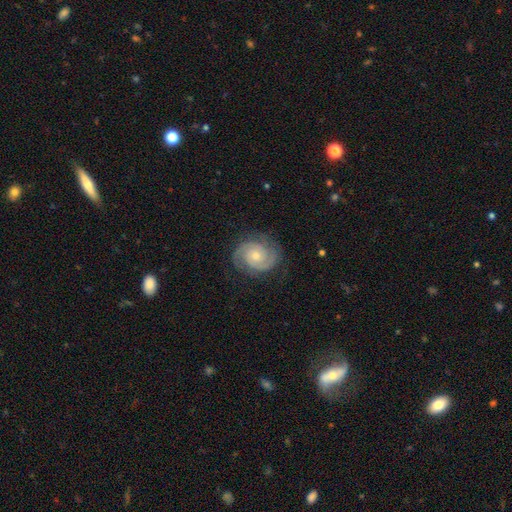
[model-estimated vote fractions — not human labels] smooth-or-featured: featured or disk: 88% | smooth: 7% | star or artifact: 5%
  disk-edge-on: no: 98% | yes: 2%
    bar: no: 73% | weak: 22% | strong: 4%
    has-spiral-arms: yes: 98% | no: 2%
      spiral-winding: tight: 64% | medium: 31% | loose: 5%
      spiral-arm-count: 2: 84% | 3: 6% | can't tell: 5% | 1: 2% | 4: 2% | more than 4: 2%
    bulge-size: small: 50% | moderate: 45% | large: 2% | none: 2% | dominant: 1%
  merging: none: 80% | minor disturbance: 14% | major disturbance: 5% | merger: 1%